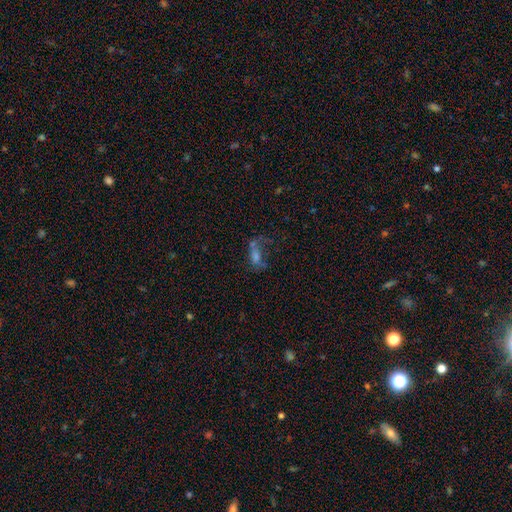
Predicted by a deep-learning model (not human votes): This appears to be a featured or disk galaxy (39%). Merging: major disturbance (40%).